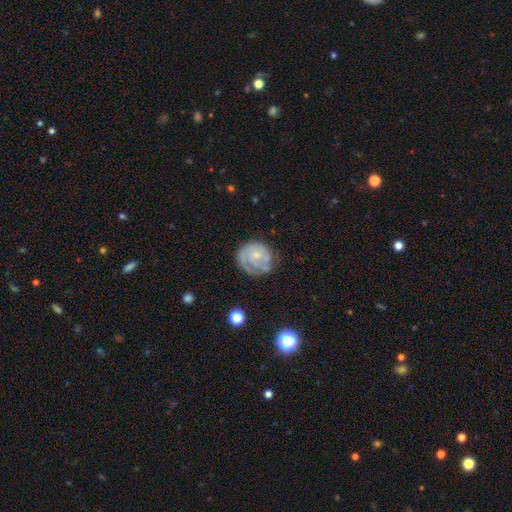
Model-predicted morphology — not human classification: A featured or disk galaxy (64%) with no bar (81%), spiral arms (75%) and a small central bulge (64%). Merging: none (58%).